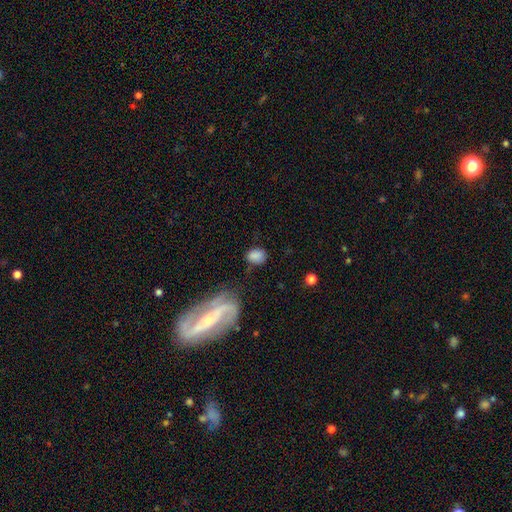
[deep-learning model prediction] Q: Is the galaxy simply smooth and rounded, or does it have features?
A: smooth — 78%.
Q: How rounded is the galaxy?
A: in between — 63%.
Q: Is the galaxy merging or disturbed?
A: none — 67%.